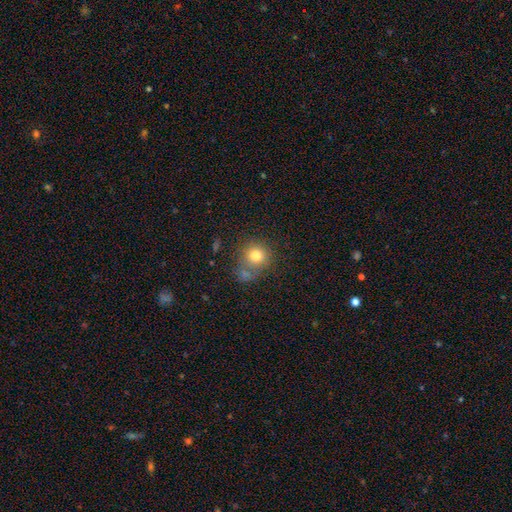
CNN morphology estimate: smooth_or_featured: smooth (p=0.78) [alt: star or artifact p=0.11]
how_rounded: round (p=0.83) [alt: in between p=0.16]
merging: none (p=0.55) [alt: merger p=0.22]